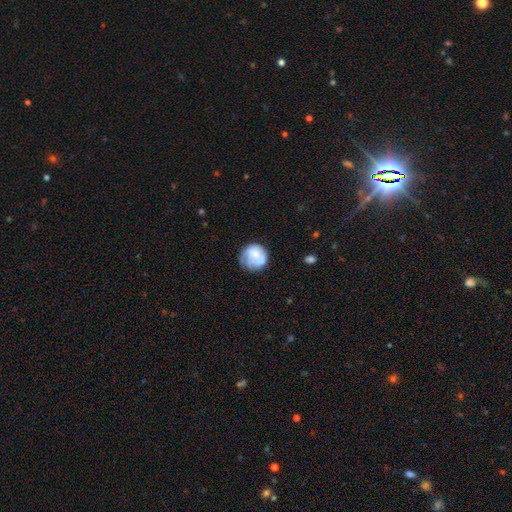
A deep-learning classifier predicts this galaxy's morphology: Smooth or featured?
  - smooth: 53% *
  - featured or disk: 39%
  - star or artifact: 8%
How rounded?
  - round: 86% *
  - in between: 13%
  - cigar-shaped: 1%
Merging?
  - none: 54% *
  - minor disturbance: 25%
  - major disturbance: 13%
  - merger: 7%